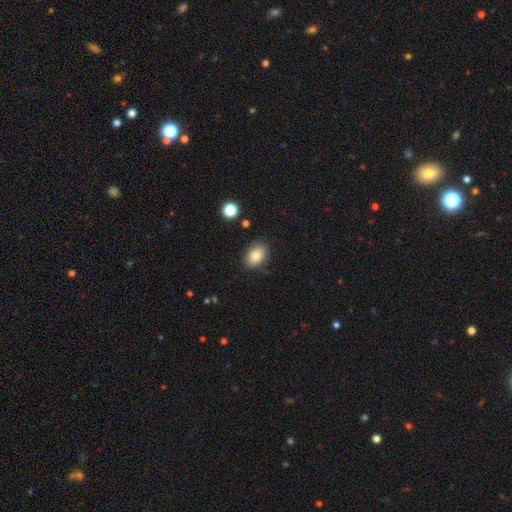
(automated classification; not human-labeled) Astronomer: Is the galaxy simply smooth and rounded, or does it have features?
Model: smooth — 83%.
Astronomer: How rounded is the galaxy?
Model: in between — 83%.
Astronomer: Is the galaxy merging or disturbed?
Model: none — 83%.